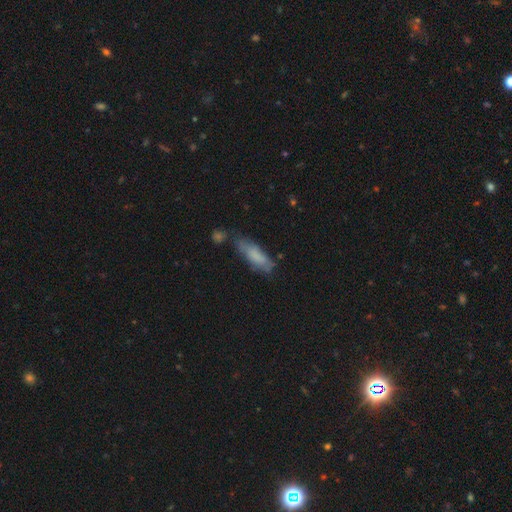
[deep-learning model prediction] smooth 73%, featured or disk 19%, star or artifact 8%. Down the decision tree: how rounded — in between (51%); merging — none (53%).